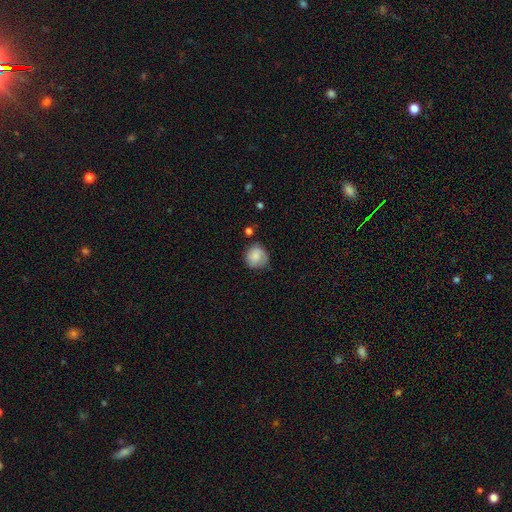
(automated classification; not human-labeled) Smooth or featured? smooth (77%)
How rounded? round (84%)
Merging? none (66%)